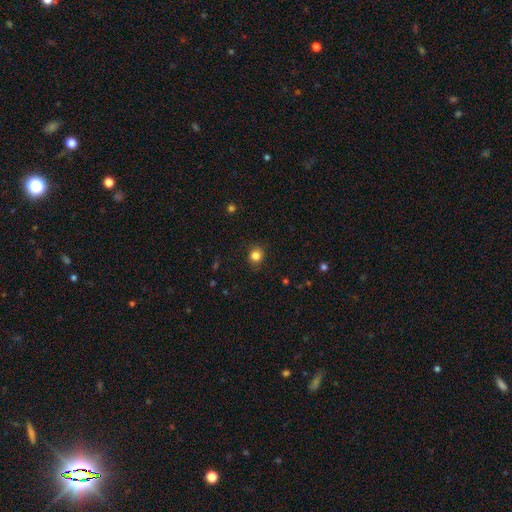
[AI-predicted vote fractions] The model was most divided on "how rounded": round: 81%, in between: 18%, cigar-shaped: 1%. More confident: merging — none (86%); smooth or featured — smooth (83%).